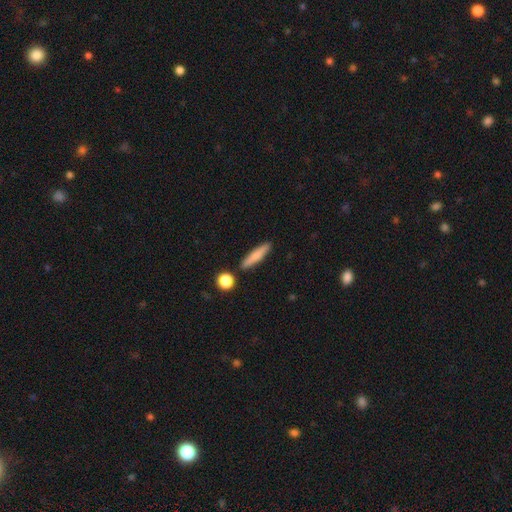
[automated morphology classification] The model was most divided on "smooth or featured": smooth: 73%, featured or disk: 20%, star or artifact: 7%. More confident: how rounded — cigar-shaped (86%); merging — none (85%).